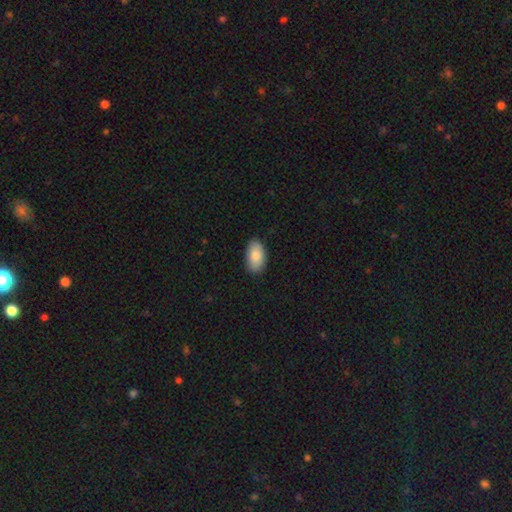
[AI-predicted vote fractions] smooth-or-featured: smooth: 85% | featured or disk: 9% | star or artifact: 6%
  how-rounded: in between: 94% | round: 4% | cigar-shaped: 2%
  merging: none: 85% | minor disturbance: 12% | major disturbance: 2% | merger: 1%